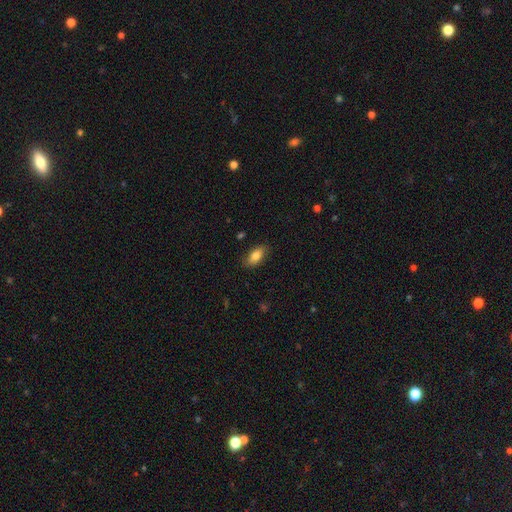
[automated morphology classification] Q: Smooth or featured?
A: smooth (83%); runner-up: featured or disk (10%)
Q: How rounded?
A: in between (90%); runner-up: cigar-shaped (6%)
Q: Merging?
A: none (85%); runner-up: minor disturbance (11%)